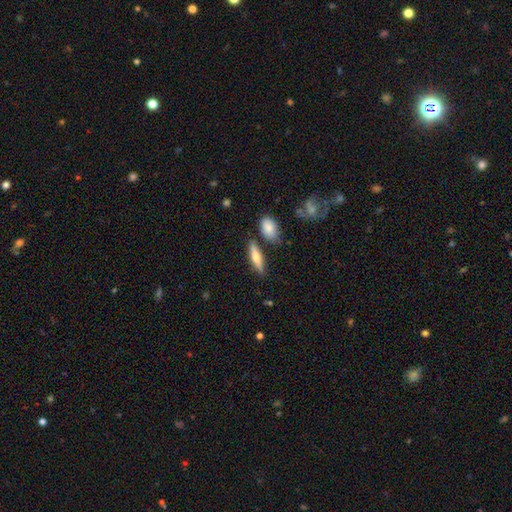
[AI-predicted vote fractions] A smooth galaxy with no disk features (53%) that is cigar-shaped (64%).

Vote fractions:
- Smooth or featured? smooth: 53% / featured or disk: 40% / star or artifact: 7%
- How rounded? cigar-shaped: 64% / in between: 33% / round: 3%
- Merging? none: 79% / minor disturbance: 11% / merger: 7% / major disturbance: 3%